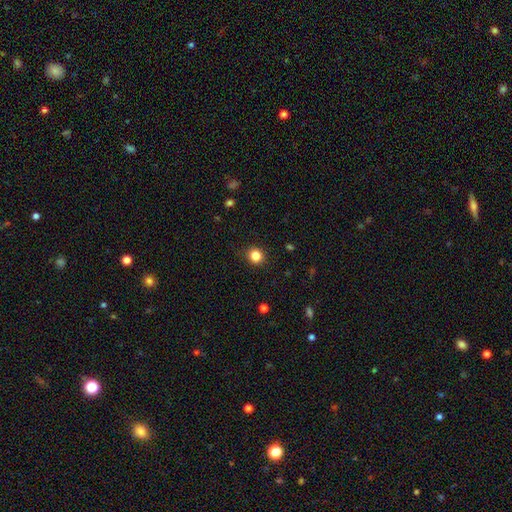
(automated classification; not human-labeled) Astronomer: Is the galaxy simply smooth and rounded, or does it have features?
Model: smooth — 84%.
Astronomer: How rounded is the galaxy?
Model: round — 90%.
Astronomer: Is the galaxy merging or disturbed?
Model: none — 90%.